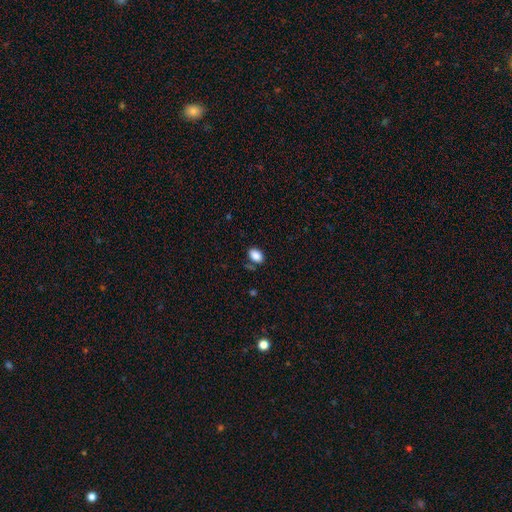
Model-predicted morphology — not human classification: Smooth or featured? smooth (87%)
How rounded? in between (88%)
Merging? none (77%)